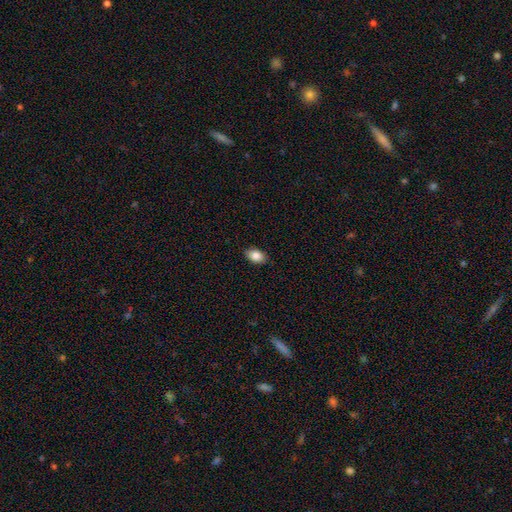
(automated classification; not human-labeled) smooth_or_featured: smooth (p=0.85) [alt: star or artifact p=0.08]
how_rounded: in between (p=0.88) [alt: round p=0.11]
merging: none (p=0.88) [alt: minor disturbance p=0.09]